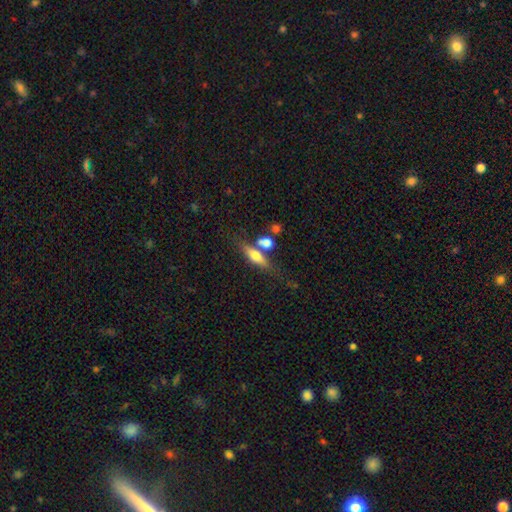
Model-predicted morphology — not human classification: Q: Smooth or featured?
A: smooth (54%); runner-up: featured or disk (38%)
Q: How rounded?
A: in between (47%); runner-up: cigar-shaped (46%)
Q: Merging?
A: none (57%); runner-up: merger (24%)